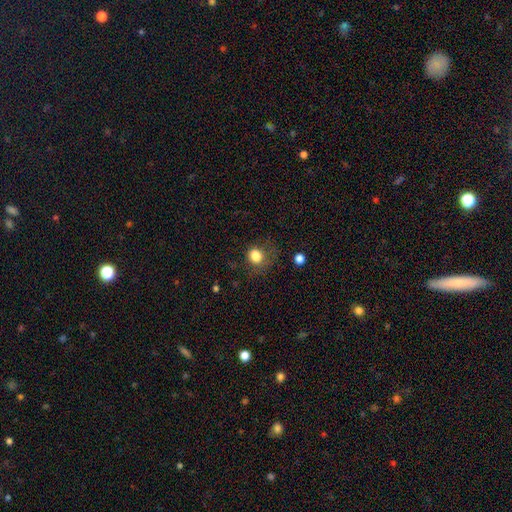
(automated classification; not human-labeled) Smooth or featured? Predicted: smooth (p=0.83). How rounded? Predicted: round (p=0.75). Merging? Predicted: none (p=0.60).